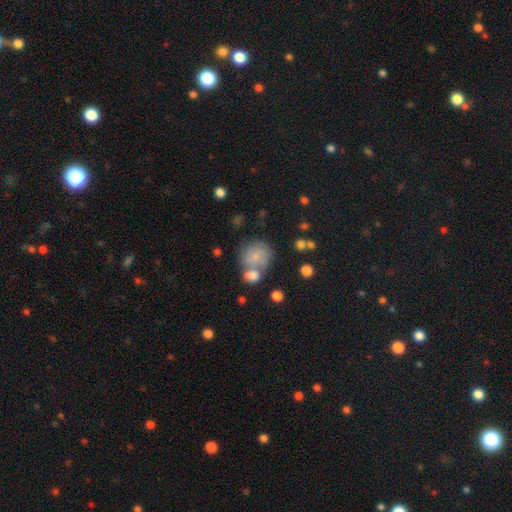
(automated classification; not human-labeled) This is likely a smooth galaxy (76%). How rounded: clearly round (81%). Merging: marginally none (44%).